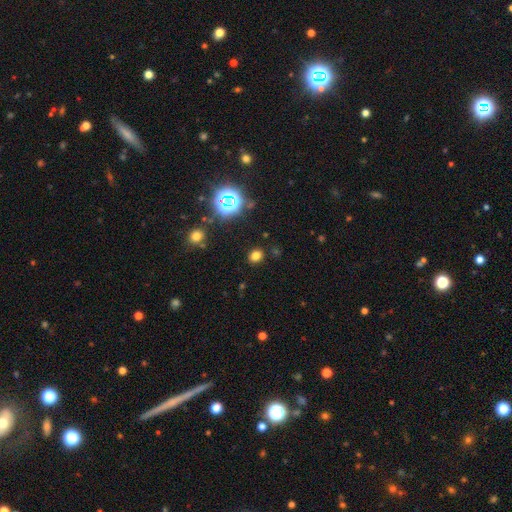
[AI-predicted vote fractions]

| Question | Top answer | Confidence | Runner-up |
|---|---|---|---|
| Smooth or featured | smooth | 73% | star or artifact (21%) |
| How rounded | round | 56% | in between (43%) |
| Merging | none | 87% | minor disturbance (8%) |